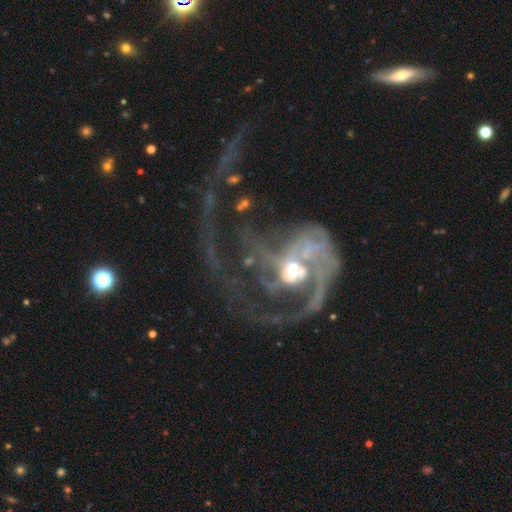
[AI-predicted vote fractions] A featured or disk galaxy (86%) with no bar (55%), 1 (35%) loose (44%) spiral arms (87%) and a moderate central bulge (62%). Merging: major disturbance (60%).